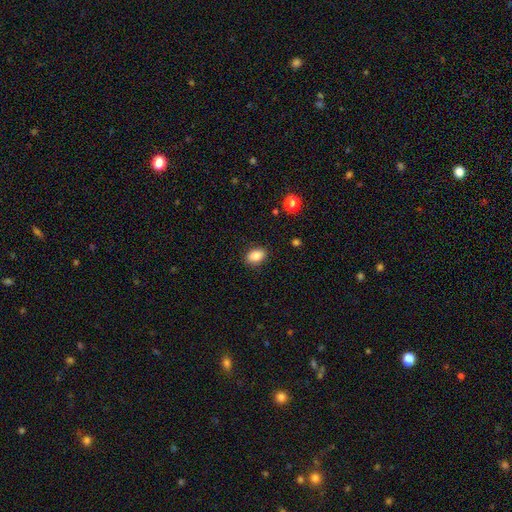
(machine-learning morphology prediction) This appears to be a smooth galaxy with no disk features (86%) that is in between round and cigar-shaped (84%). Merging: none (88%).